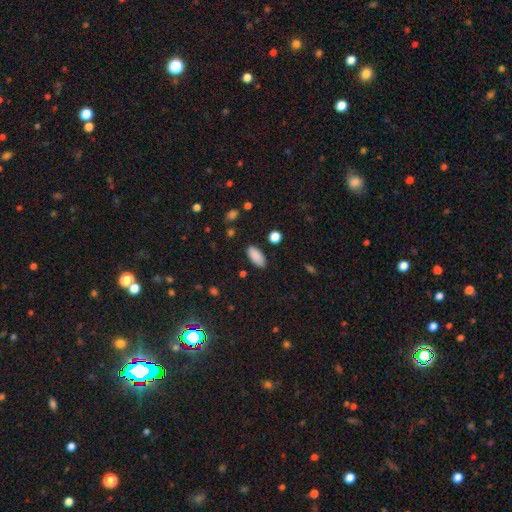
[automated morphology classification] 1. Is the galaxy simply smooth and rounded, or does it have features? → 89% smooth, 8% star or artifact, 4% featured or disk.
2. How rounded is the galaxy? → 90% in between, 7% cigar-shaped, 3% round.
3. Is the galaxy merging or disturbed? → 87% none, 8% minor disturbance, 2% major disturbance, 2% merger.